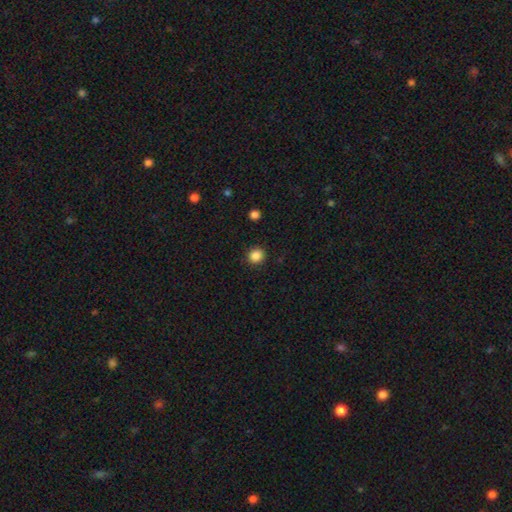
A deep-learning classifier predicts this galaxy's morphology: Smooth or featured: smooth — 86% (star or artifact — 11%)
How rounded: round — 89% (in between — 10%)
Merging: none — 91% (minor disturbance — 6%)